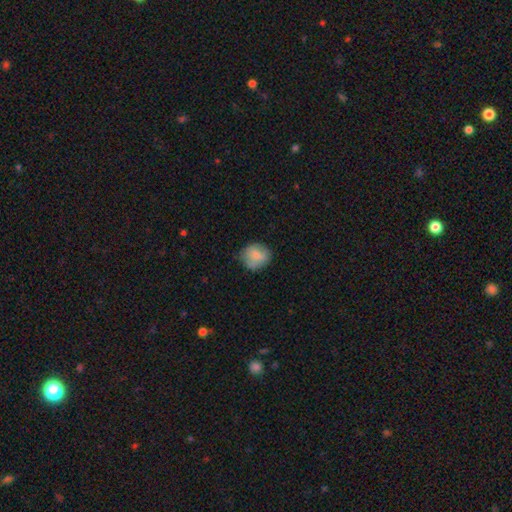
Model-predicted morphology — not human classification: smooth-or-featured: smooth: 79% | featured or disk: 13% | star or artifact: 8%
  how-rounded: round: 76% | in between: 23% | cigar-shaped: 1%
  merging: none: 70% | minor disturbance: 23% | major disturbance: 5% | merger: 1%